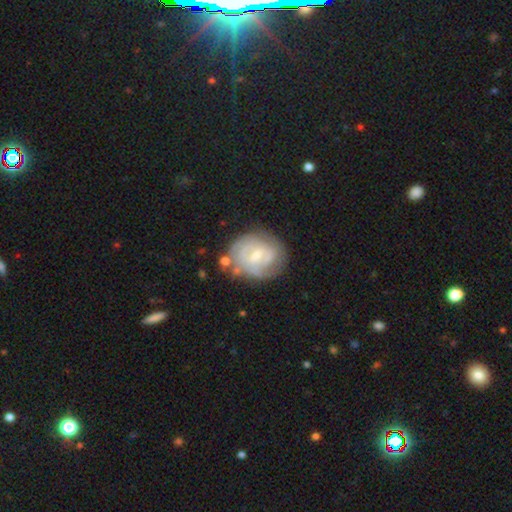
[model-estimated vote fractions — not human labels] Smooth or featured? featured or disk (69%)
Edge-on disk? no (97%)
Bar? weak (55%)
Spiral arms? yes (78%)
Spiral winding? tight (62%)
Spiral arm count? can't tell (45%)
Bulge size? small (57%)
Merging? none (64%)